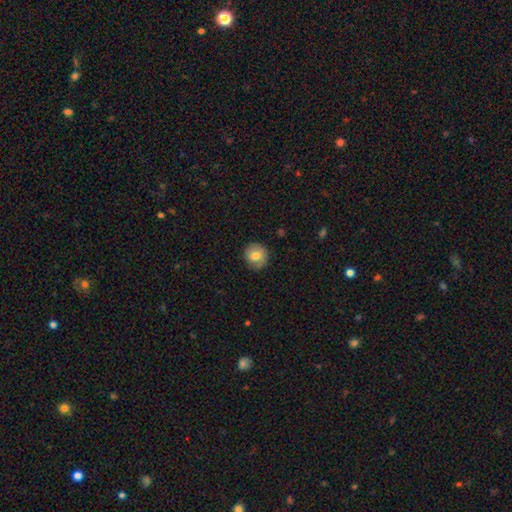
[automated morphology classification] Overall: smooth (75%). How rounded: round (87%). Merging: none (85%).